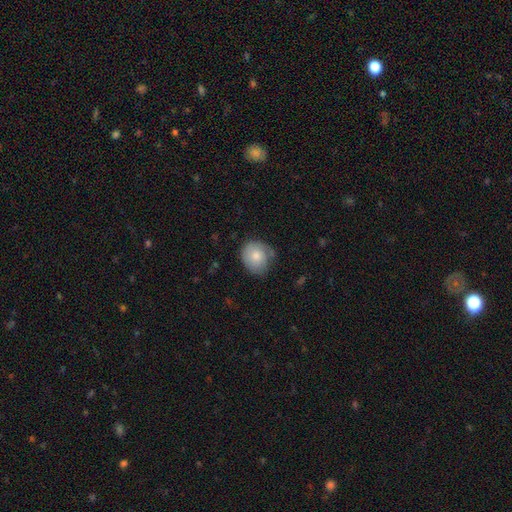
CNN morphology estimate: This appears to be a smooth galaxy with no disk features (76%) that is round (70%). Merging: none (57%).